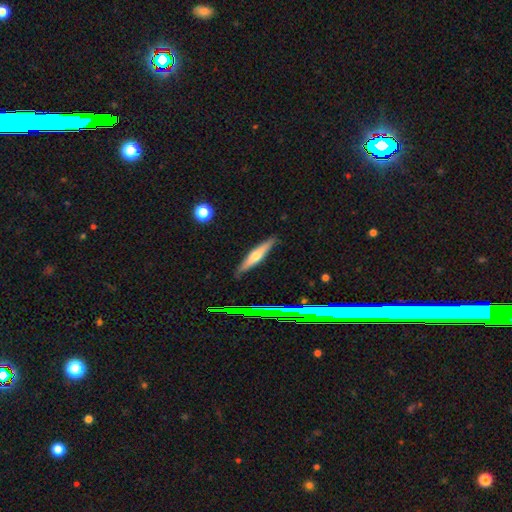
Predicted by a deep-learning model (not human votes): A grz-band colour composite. It shows a featured or disk galaxy (48%). Merging: none (88%).